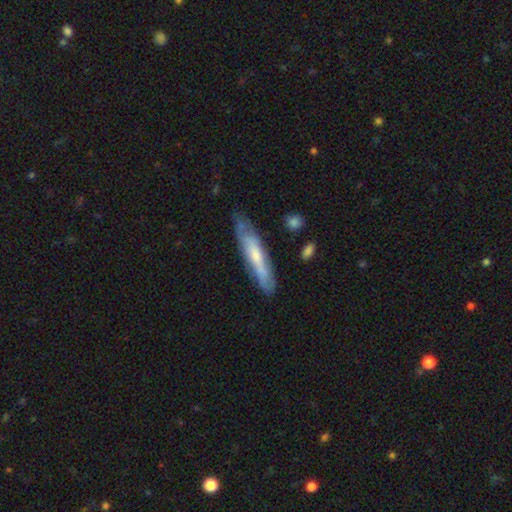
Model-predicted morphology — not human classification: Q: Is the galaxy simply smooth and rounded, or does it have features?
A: featured or disk — 47%, tied with smooth.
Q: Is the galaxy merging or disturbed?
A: none — 69%.